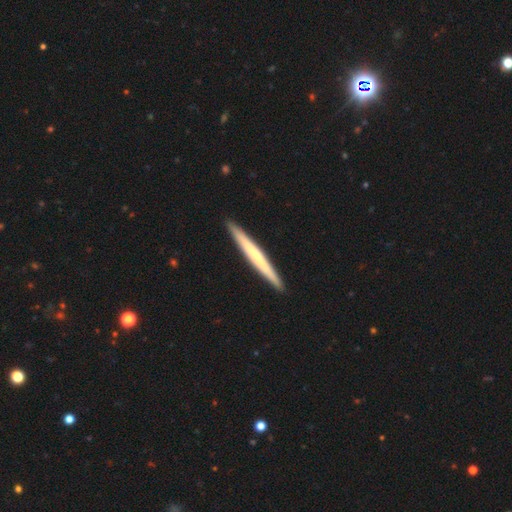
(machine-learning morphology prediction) Smooth or featured?
  - featured or disk: 48% *
  - smooth: 47%
  - star or artifact: 5%
Merging?
  - none: 93% *
  - minor disturbance: 5%
  - major disturbance: 1%
  - merger: 1%